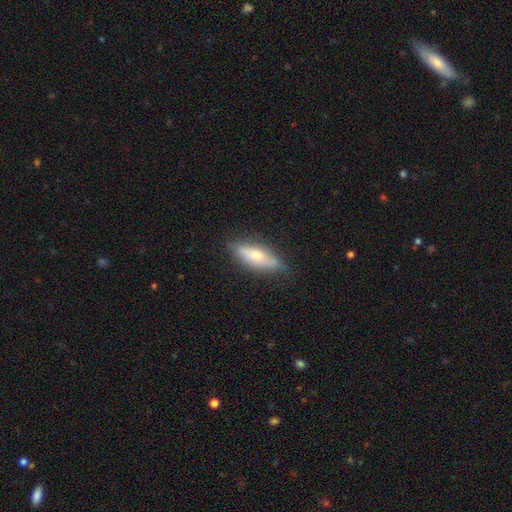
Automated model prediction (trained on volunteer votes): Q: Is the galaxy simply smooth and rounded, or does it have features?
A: smooth — 55%.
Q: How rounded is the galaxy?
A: cigar-shaped — 51%.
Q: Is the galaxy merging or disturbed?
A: none — 80%.